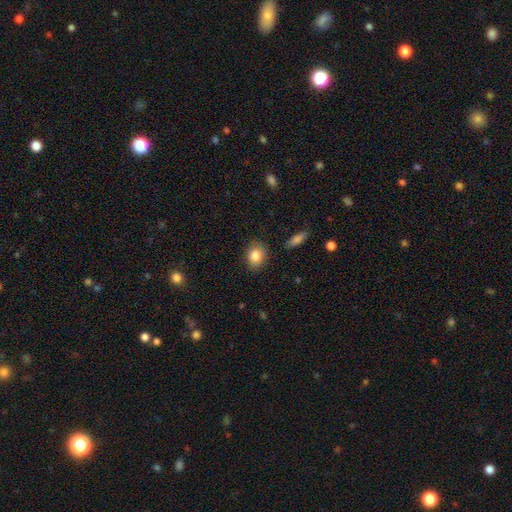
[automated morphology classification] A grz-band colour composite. It shows a smooth galaxy with no disk features (84%) that is in between round and cigar-shaped (56%). Merging: none (84%).